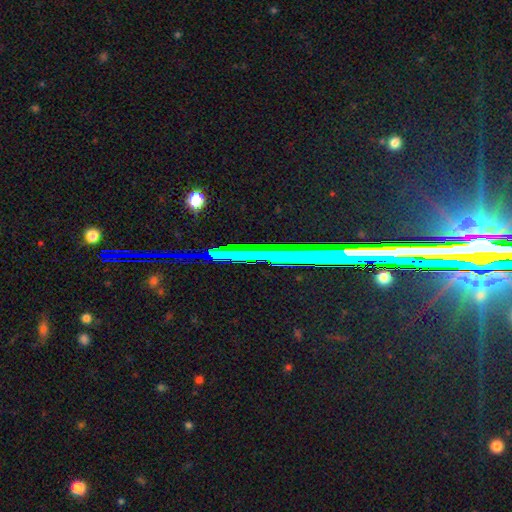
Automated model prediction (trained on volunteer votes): smooth-or-featured: star or artifact: 74% | featured or disk: 17% | smooth: 9%